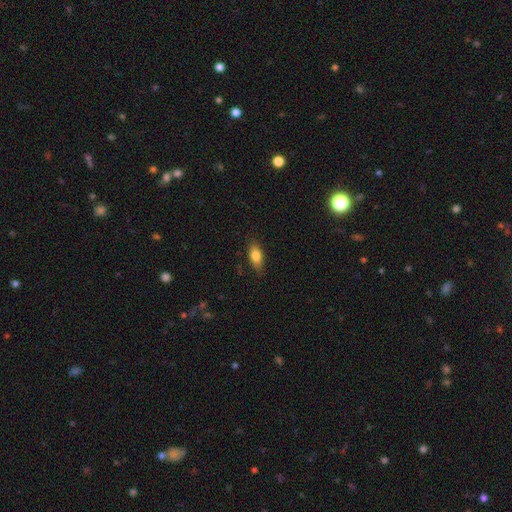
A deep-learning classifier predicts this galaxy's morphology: This appears to be a smooth galaxy with no disk features (80%) that is in between round and cigar-shaped (83%). Merging: none (83%).